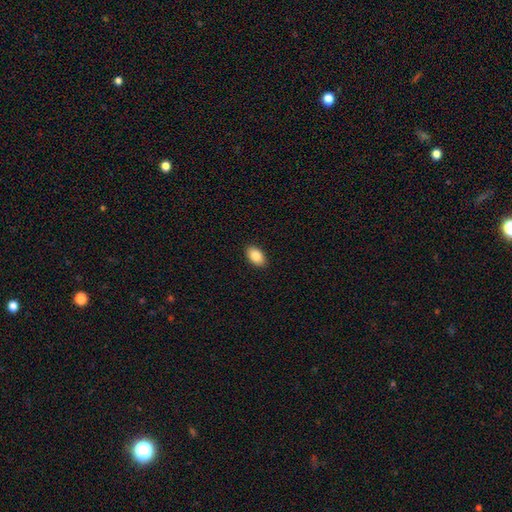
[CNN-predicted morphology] A smooth galaxy with no disk features (87%) that is in between round and cigar-shaped (92%).

Vote fractions:
- Smooth or featured? smooth: 87% / star or artifact: 7% / featured or disk: 6%
- How rounded? in between: 92% / round: 6% / cigar-shaped: 1%
- Merging? none: 90% / minor disturbance: 7% / major disturbance: 2% / merger: 1%